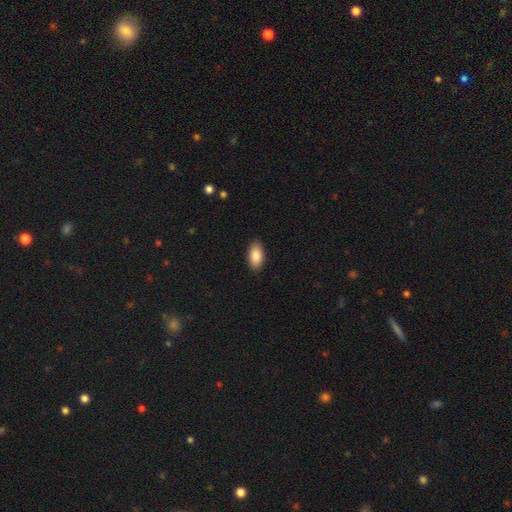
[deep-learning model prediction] smooth-or-featured: smooth: 87% | featured or disk: 7% | star or artifact: 7%
  how-rounded: in between: 94% | round: 3% | cigar-shaped: 3%
  merging: none: 89% | minor disturbance: 8% | major disturbance: 2% | merger: 1%